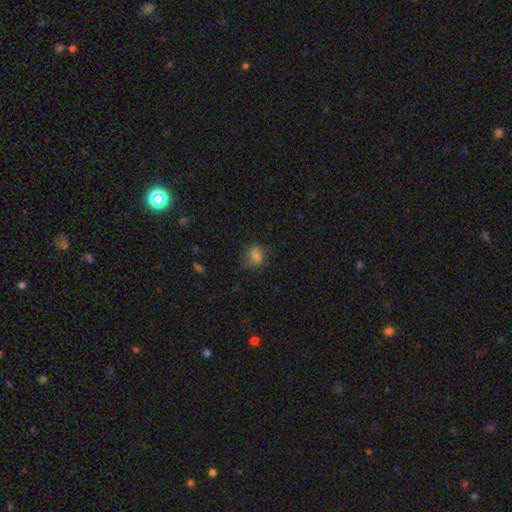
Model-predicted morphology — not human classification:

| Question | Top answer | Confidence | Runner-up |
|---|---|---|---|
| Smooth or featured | smooth | 78% | star or artifact (12%) |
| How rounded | round | 60% | in between (39%) |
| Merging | none | 69% | minor disturbance (23%) |